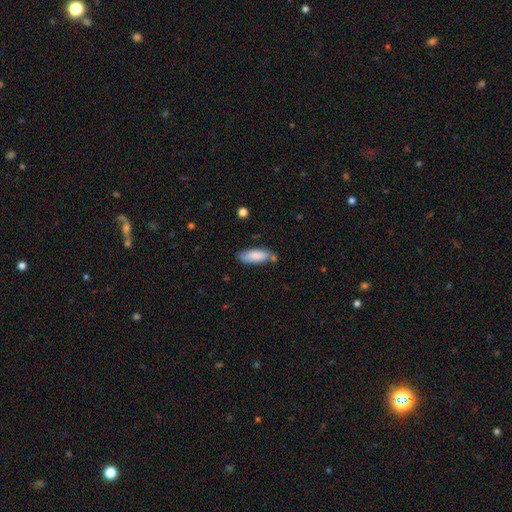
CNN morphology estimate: A smooth galaxy with no disk features (85%) that is in between round and cigar-shaped (70%). Merging: none (70%).